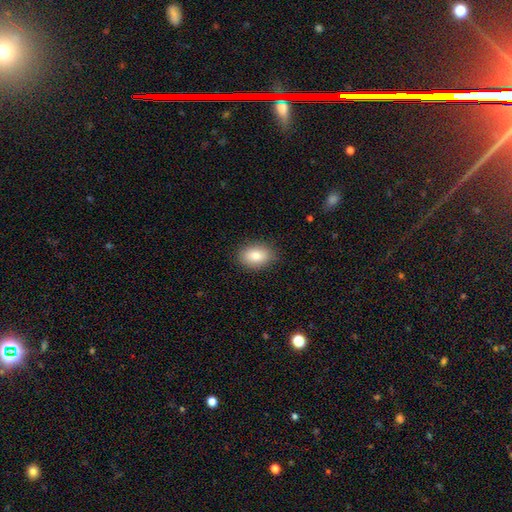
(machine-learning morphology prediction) Smooth or featured: smooth — 81% (featured or disk — 11%)
How rounded: in between — 79% (round — 19%)
Merging: none — 87% (minor disturbance — 9%)